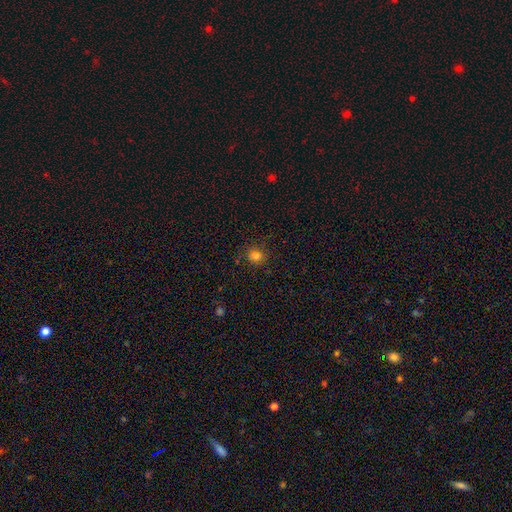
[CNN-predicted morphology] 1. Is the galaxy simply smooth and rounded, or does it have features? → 80% smooth, 15% star or artifact, 5% featured or disk.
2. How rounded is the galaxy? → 82% round, 17% in between, 1% cigar-shaped.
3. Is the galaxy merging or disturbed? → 84% none, 11% minor disturbance, 3% major disturbance, 2% merger.